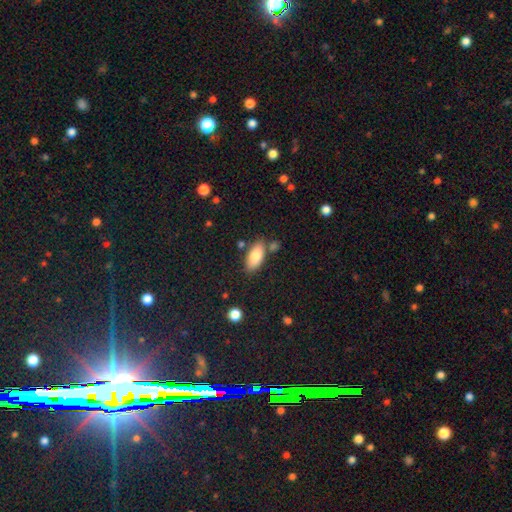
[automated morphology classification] type=smooth (82%); roundness=in between (88%); merging=none (75%).